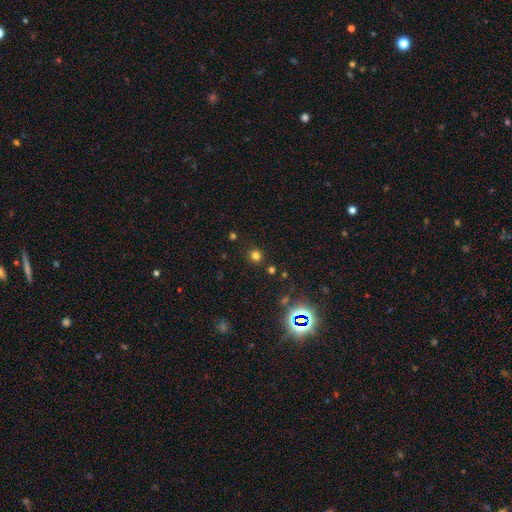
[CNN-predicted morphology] A smooth galaxy with no disk features (74%) that is round (91%).

Vote fractions:
- Smooth or featured? smooth: 74% / star or artifact: 21% / featured or disk: 5%
- How rounded? round: 91% / in between: 8% / cigar-shaped: 1%
- Merging? none: 88% / minor disturbance: 7% / merger: 3% / major disturbance: 2%